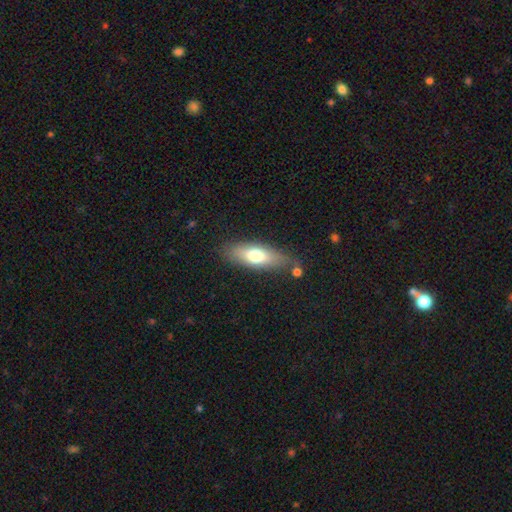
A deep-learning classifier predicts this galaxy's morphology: This is likely a smooth galaxy (68%). How rounded: likely in between (64%). Merging: likely none (74%).